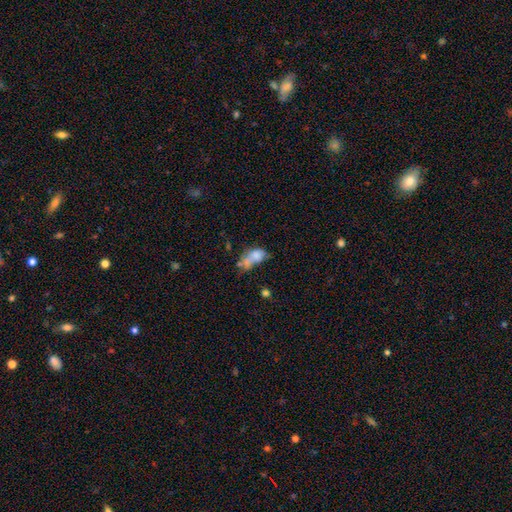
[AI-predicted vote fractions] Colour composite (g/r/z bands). It shows a smooth galaxy with no disk features (63%) that is in between round and cigar-shaped (85%). Merging: merger (38%).